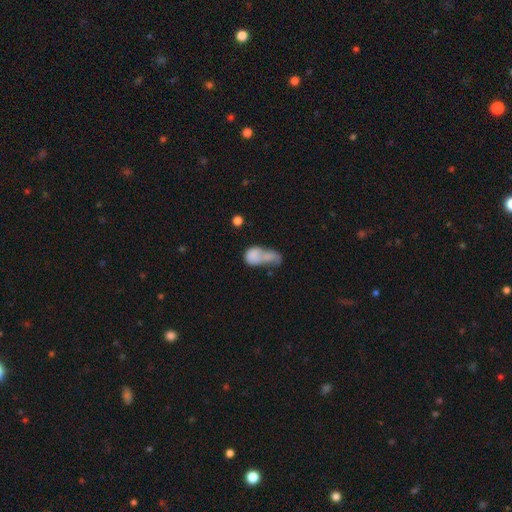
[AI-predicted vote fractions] Smooth or featured: smooth — 69% (featured or disk — 22%)
How rounded: in between — 73% (round — 22%)
Merging: merger — 61% (major disturbance — 16%)